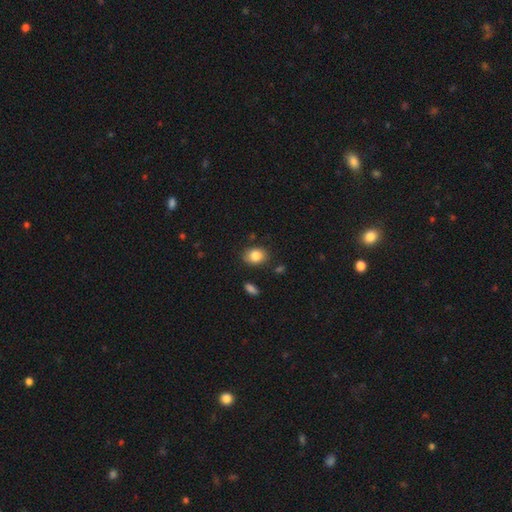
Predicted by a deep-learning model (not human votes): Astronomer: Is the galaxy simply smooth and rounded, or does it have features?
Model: smooth — 85%.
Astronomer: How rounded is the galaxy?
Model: in between — 60% (runner-up: round, 39%).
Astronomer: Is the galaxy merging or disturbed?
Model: none — 82%.